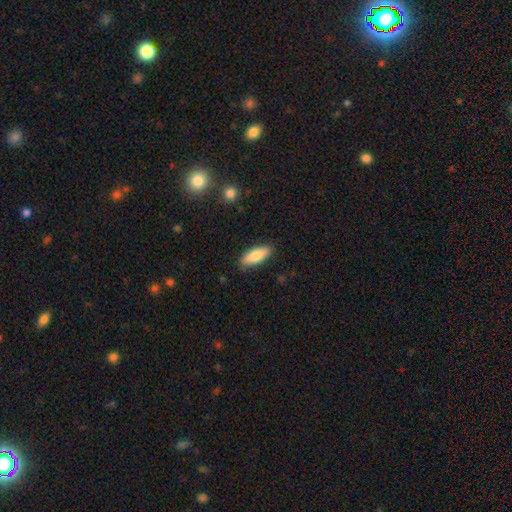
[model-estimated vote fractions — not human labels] Overall: smooth (79%). How rounded: in between (67%; cigar-shaped 30%). Merging: none (86%).